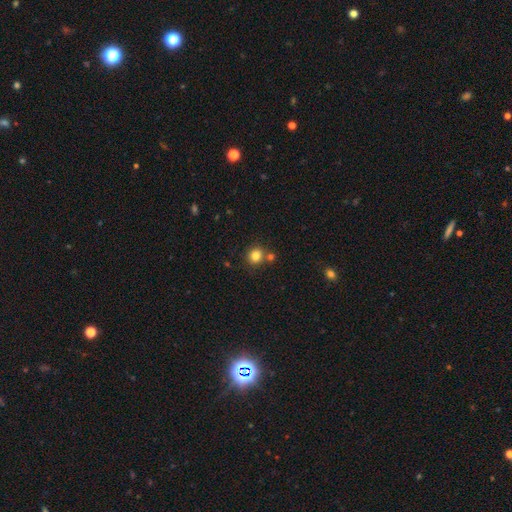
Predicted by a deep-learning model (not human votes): A smooth galaxy with no disk features (82%) that is round (85%).

Vote fractions:
- Smooth or featured? smooth: 82% / star or artifact: 12% / featured or disk: 6%
- How rounded? round: 85% / in between: 14% / cigar-shaped: 1%
- Merging? none: 71% / merger: 18% / minor disturbance: 9% / major disturbance: 3%